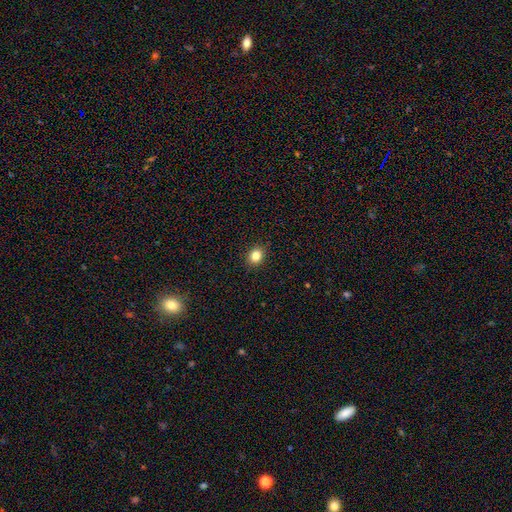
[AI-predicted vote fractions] Q: Smooth or featured?
A: smooth (83%); runner-up: star or artifact (12%)
Q: How rounded?
A: round (65%); runner-up: in between (34%)
Q: Merging?
A: none (91%); runner-up: minor disturbance (6%)